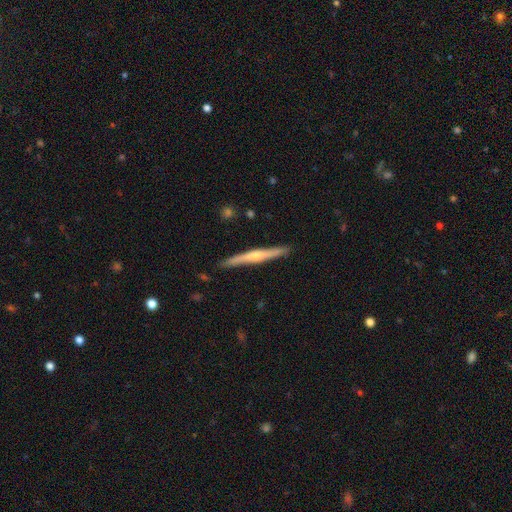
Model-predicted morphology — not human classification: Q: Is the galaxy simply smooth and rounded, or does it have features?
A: featured or disk — 69%.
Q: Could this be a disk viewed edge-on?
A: yes — 97%.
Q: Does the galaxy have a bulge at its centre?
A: rounded — 77%.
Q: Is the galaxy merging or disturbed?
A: none — 89%.